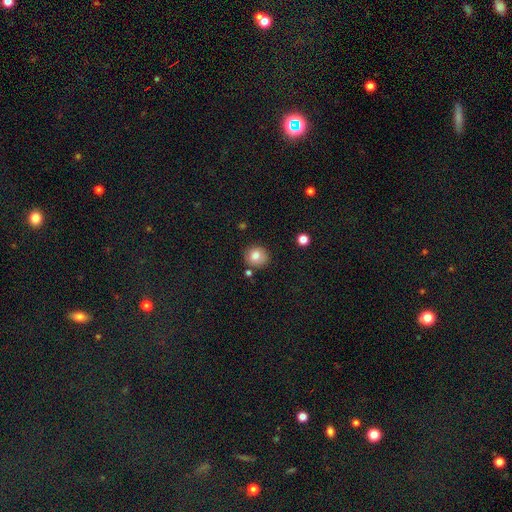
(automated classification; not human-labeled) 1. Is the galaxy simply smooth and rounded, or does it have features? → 81% smooth, 10% star or artifact, 9% featured or disk.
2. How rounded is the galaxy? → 83% round, 16% in between, 1% cigar-shaped.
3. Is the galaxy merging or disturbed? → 77% none, 14% minor disturbance, 5% merger, 3% major disturbance.